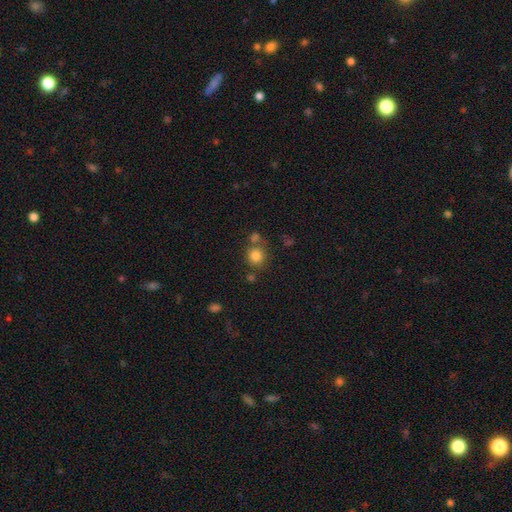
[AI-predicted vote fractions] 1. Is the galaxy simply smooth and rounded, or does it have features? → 81% smooth, 12% star or artifact, 7% featured or disk.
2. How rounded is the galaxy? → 87% round, 12% in between, 1% cigar-shaped.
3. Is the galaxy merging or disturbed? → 67% none, 18% merger, 10% minor disturbance, 4% major disturbance.